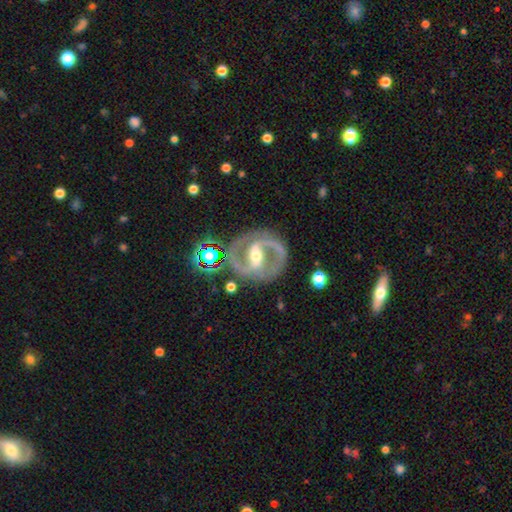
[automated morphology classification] Smooth or featured: featured or disk — 89% (smooth — 5%)
Edge-on disk: no — 97% (yes — 3%)
Bar: strong — 66% (weak — 24%)
Spiral arms: yes — 93% (no — 7%)
Spiral winding: medium — 59% (tight — 29%)
Spiral arm count: 2 — 92% (can't tell — 3%)
Bulge size: moderate — 54% (small — 39%)
Merging: none — 80% (minor disturbance — 12%)